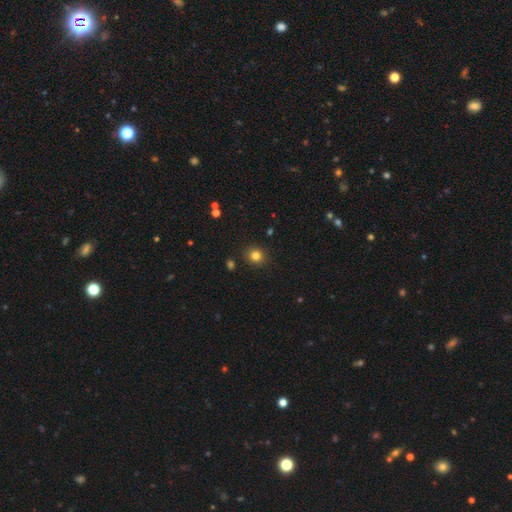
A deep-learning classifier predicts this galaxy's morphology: type=smooth (81%); roundness=round (88%); merging=none (90%).